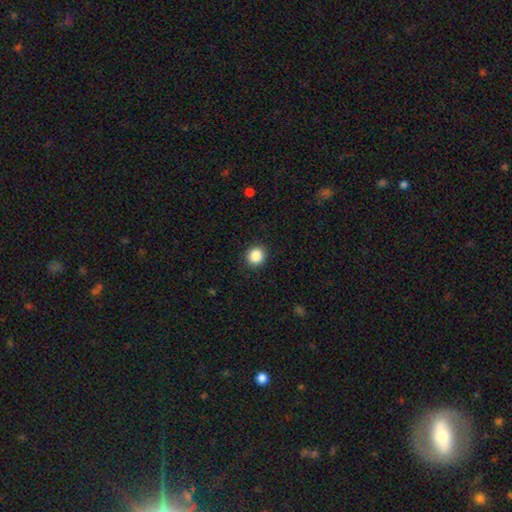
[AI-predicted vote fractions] This is clearly a smooth galaxy (87%). How rounded: clearly round (86%). Merging: clearly none (91%).